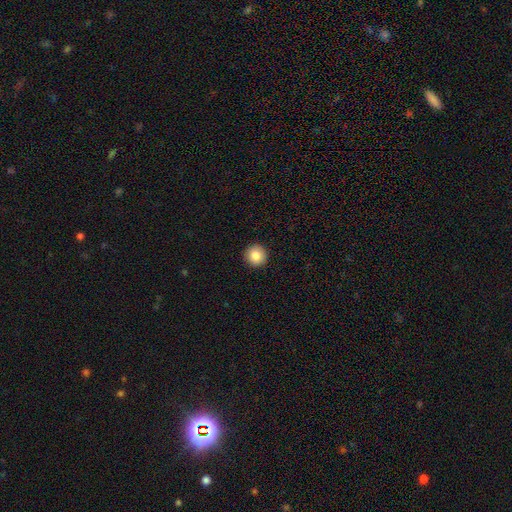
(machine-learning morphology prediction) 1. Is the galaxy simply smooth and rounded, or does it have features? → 85% smooth, 9% star or artifact, 6% featured or disk.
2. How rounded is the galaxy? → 96% round, 3% in between, 1% cigar-shaped.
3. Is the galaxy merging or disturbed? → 93% none, 4% minor disturbance, 1% major disturbance, 1% merger.